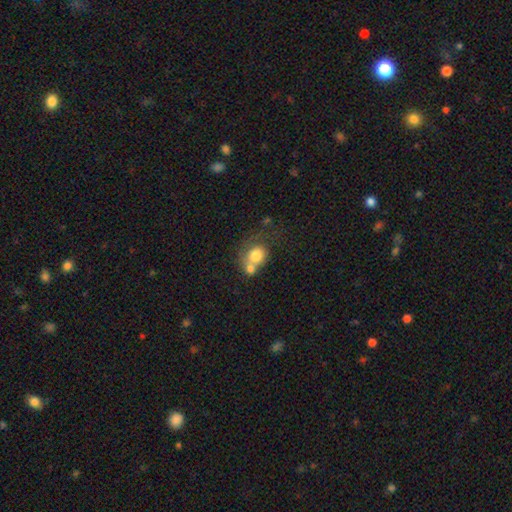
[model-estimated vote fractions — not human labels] smooth 74%, featured or disk 16%, star or artifact 9%. Down the decision tree: how rounded — round (69%); merging — merger (54%).